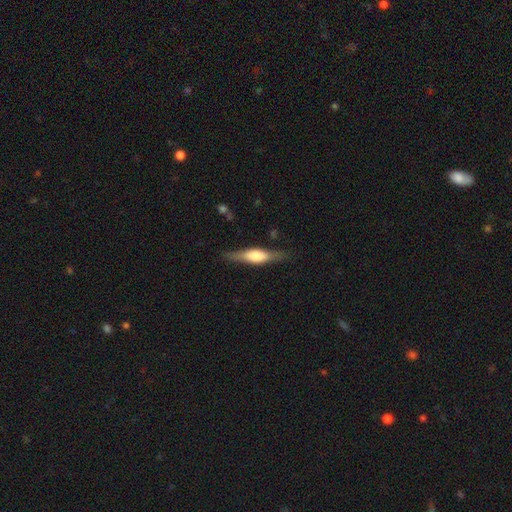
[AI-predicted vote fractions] Morphology: type=featured or disk (53%); edge-on=yes (93%); merging=none (82%).